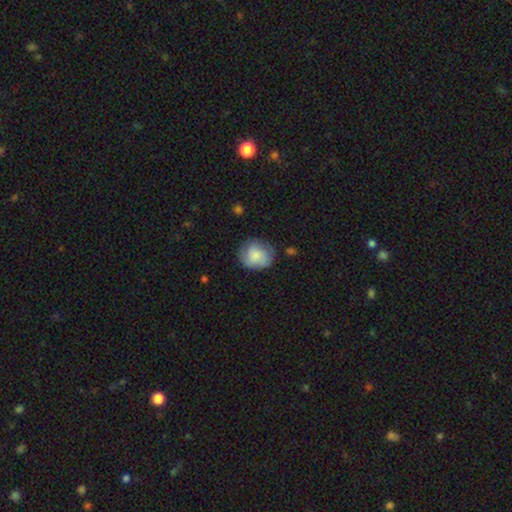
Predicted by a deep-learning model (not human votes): A smooth galaxy with no disk features (75%) that is round (76%). Merging: none (69%).